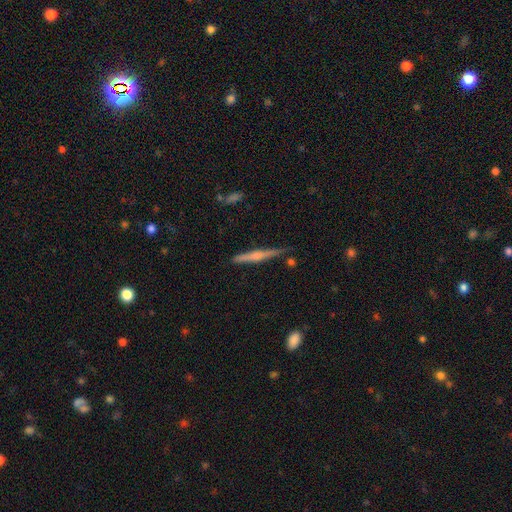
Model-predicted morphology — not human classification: Overall: featured or disk (60%; smooth 34%). Edge-on disk: yes (97%). Edge-on bulge: rounded (66%). Merging: none (84%).